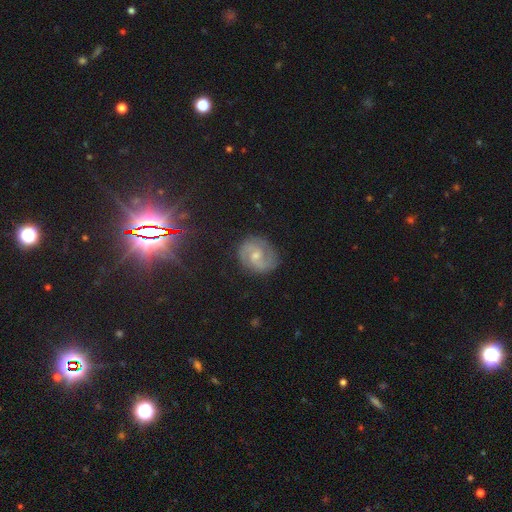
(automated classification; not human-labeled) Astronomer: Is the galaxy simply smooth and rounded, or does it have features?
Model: featured or disk — 79%.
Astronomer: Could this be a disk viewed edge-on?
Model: no — 98%.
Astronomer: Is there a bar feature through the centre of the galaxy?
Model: weak — 46% (runner-up: no, 45%).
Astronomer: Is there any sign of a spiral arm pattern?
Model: yes — 95%.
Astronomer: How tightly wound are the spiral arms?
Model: medium — 49% (runner-up: tight, 36%).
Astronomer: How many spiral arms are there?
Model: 2 — 86%.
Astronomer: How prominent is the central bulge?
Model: small — 48% (runner-up: moderate, 46%).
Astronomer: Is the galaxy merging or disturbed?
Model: none — 82%.